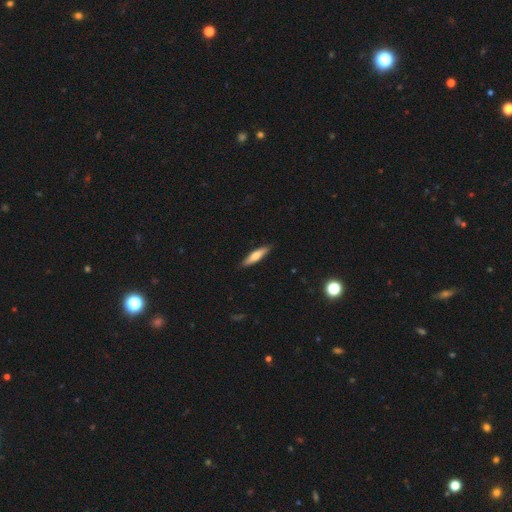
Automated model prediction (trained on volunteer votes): Smooth or featured? Predicted: smooth (p=0.66). How rounded? Predicted: cigar-shaped (p=0.78). Merging? Predicted: none (p=0.88).